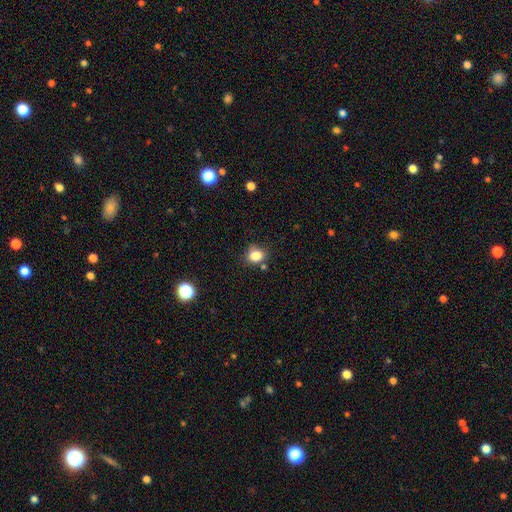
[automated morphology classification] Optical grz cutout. It shows a smooth galaxy with no disk features (83%) that is round (60%). Merging: none (74%).